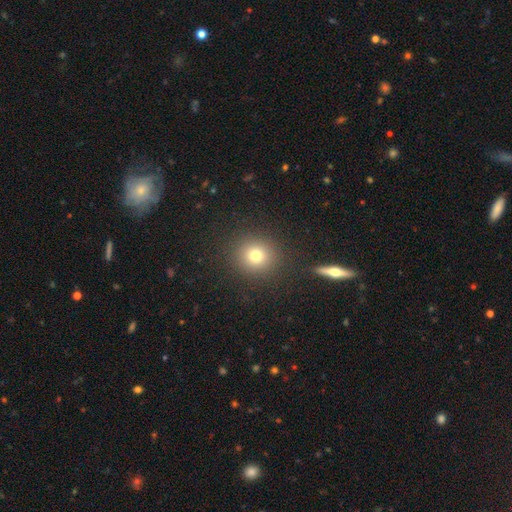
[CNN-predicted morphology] Smooth or featured?
  - smooth: 76% *
  - star or artifact: 15%
  - featured or disk: 9%
How rounded?
  - round: 89% *
  - in between: 10%
  - cigar-shaped: 1%
Merging?
  - none: 89% *
  - minor disturbance: 6%
  - major disturbance: 3%
  - merger: 2%